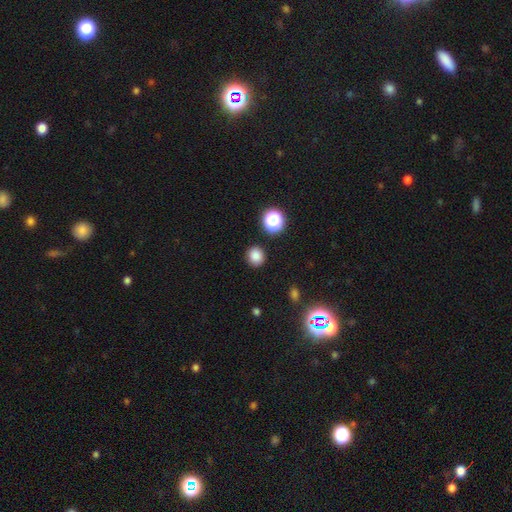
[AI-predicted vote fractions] smooth-or-featured: smooth: 82% | star or artifact: 13% | featured or disk: 5%
  how-rounded: round: 83% | in between: 16% | cigar-shaped: 1%
  merging: none: 88% | minor disturbance: 7% | major disturbance: 2% | merger: 2%